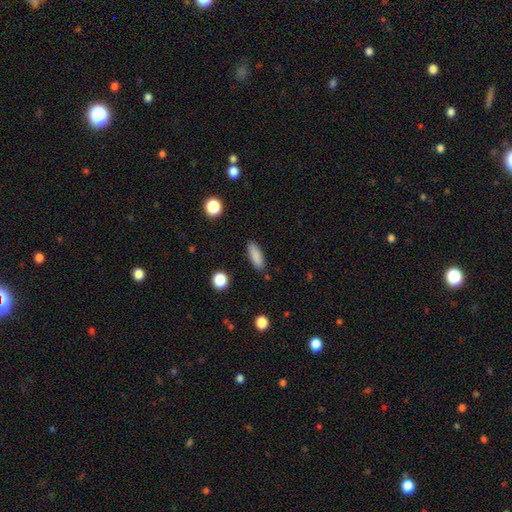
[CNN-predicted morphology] Smooth or featured? smooth (87%)
How rounded? in between (58%)
Merging? none (87%)